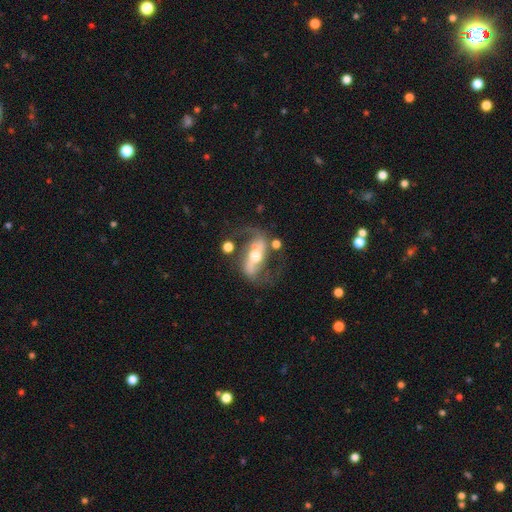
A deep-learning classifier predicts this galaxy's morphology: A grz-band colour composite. It shows a featured or disk galaxy (85%) with a strong bar (53%), 2 (90%) loose (54%) spiral arms (92%) and a moderate central bulge (65%). Merging: none (58%).